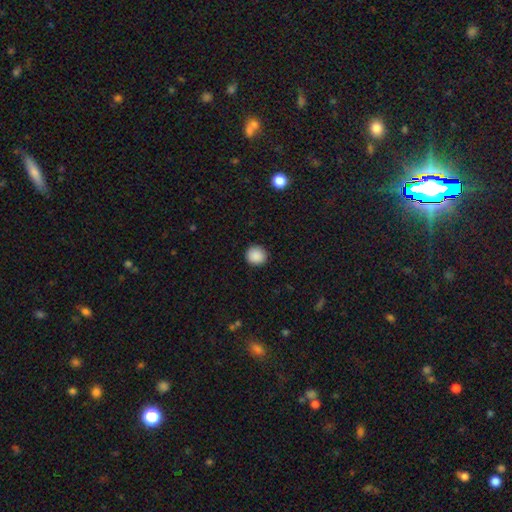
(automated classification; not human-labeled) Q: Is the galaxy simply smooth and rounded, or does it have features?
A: smooth — 89%.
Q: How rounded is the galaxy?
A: round — 91%.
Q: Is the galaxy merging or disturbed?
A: none — 91%.